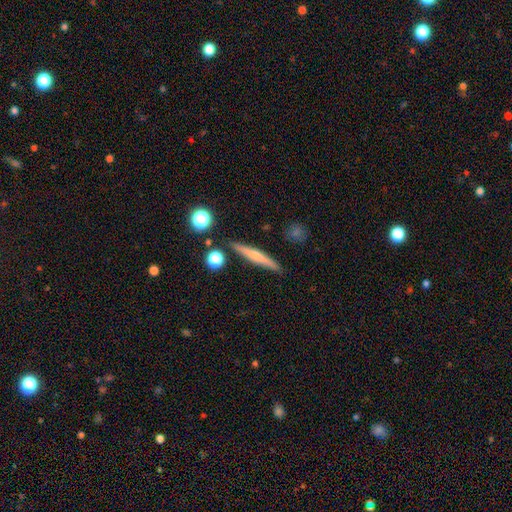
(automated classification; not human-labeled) This is possibly a smooth galaxy (50%). How rounded: clearly cigar-shaped (92%). Merging: clearly none (88%).